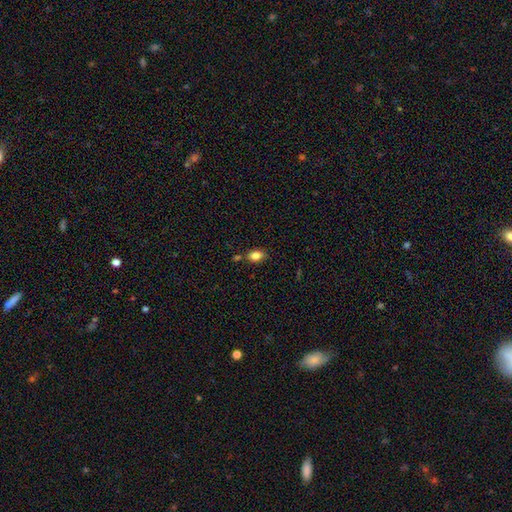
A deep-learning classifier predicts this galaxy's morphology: smooth_or_featured: smooth (p=0.82) [alt: star or artifact p=0.10]
how_rounded: in between (p=0.71) [alt: round p=0.27]
merging: none (p=0.70) [alt: minor disturbance p=0.16]